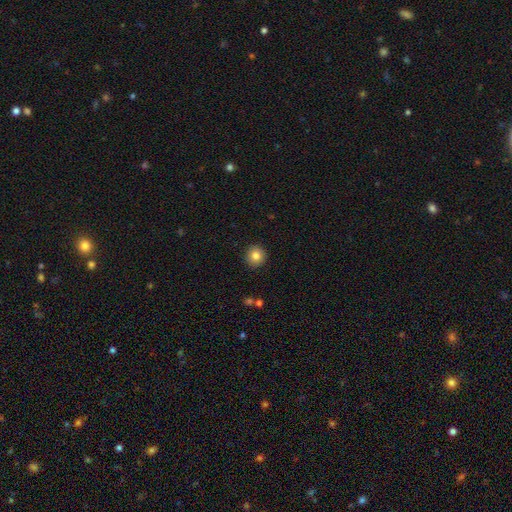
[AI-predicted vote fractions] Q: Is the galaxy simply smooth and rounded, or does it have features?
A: smooth — 83%.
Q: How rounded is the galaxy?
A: round — 93%.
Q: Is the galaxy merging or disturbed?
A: none — 92%.